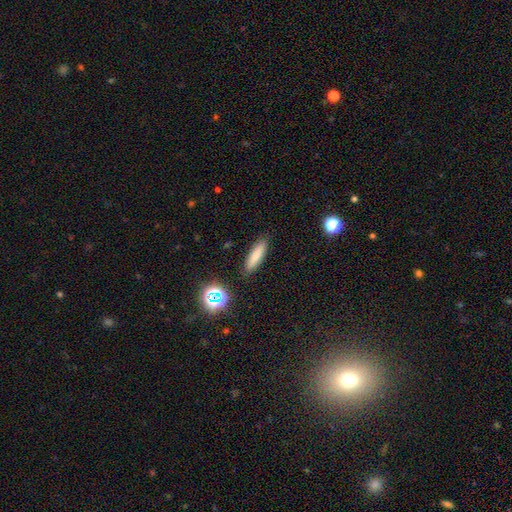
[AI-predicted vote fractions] Smooth or featured? Predicted: smooth (p=0.78). How rounded? Predicted: cigar-shaped (p=0.66). Merging? Predicted: none (p=0.88).